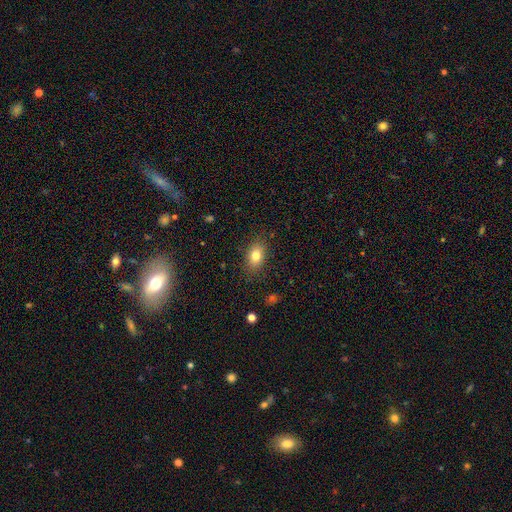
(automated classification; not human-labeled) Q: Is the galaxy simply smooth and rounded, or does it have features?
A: smooth — 79%.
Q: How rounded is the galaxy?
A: in between — 80%.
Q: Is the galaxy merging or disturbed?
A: none — 84%.